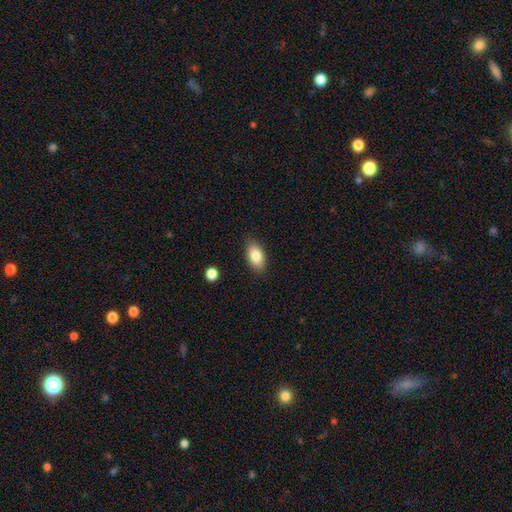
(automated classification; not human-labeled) A smooth galaxy with no disk features (83%) that is in between round and cigar-shaped (91%).

Vote fractions:
- Smooth or featured? smooth: 83% / featured or disk: 10% / star or artifact: 7%
- How rounded? in between: 91% / round: 4% / cigar-shaped: 4%
- Merging? none: 87% / minor disturbance: 10% / major disturbance: 2% / merger: 1%